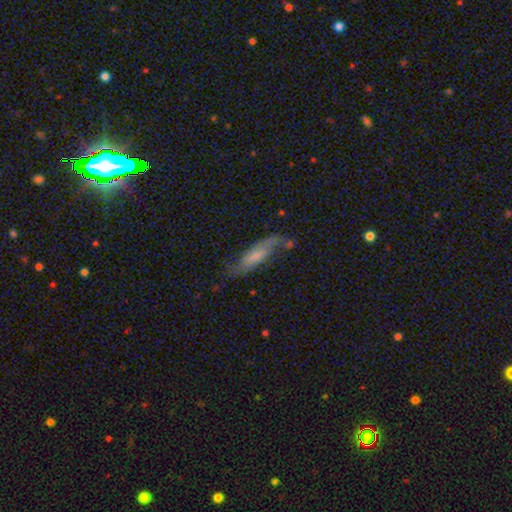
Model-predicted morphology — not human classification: Smooth or featured?
  - smooth: 47% *
  - featured or disk: 46%
  - star or artifact: 7%
Merging?
  - none: 58% *
  - minor disturbance: 26%
  - major disturbance: 12%
  - merger: 5%